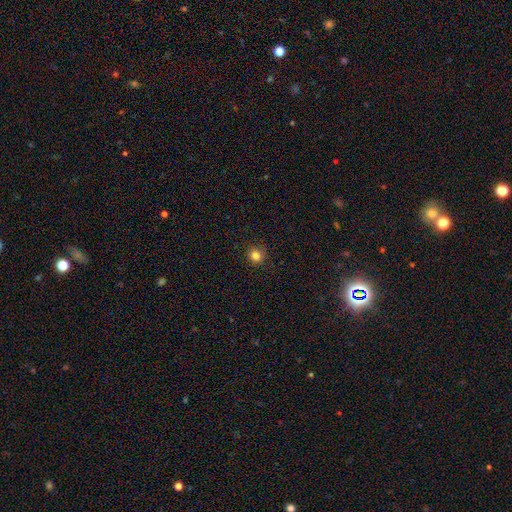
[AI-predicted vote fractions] smooth_or_featured: smooth (p=0.82) [alt: star or artifact p=0.13]
how_rounded: round (p=0.91) [alt: in between p=0.08]
merging: none (p=0.89) [alt: minor disturbance p=0.08]